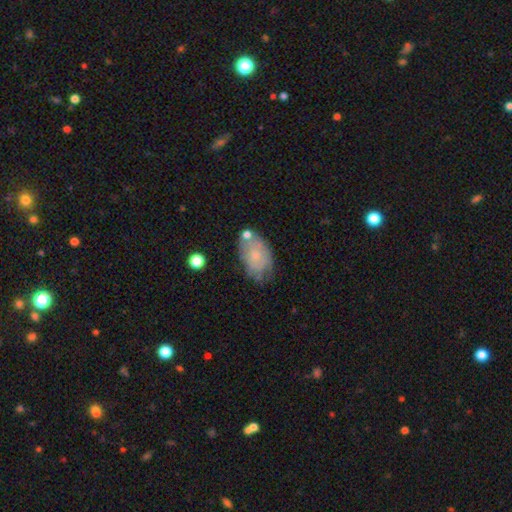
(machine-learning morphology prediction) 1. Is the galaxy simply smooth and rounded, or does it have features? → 56% smooth, 36% featured or disk, 8% star or artifact.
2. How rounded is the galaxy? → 87% in between, 11% round, 2% cigar-shaped.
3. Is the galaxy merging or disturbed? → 51% none, 29% minor disturbance, 10% major disturbance, 10% merger.